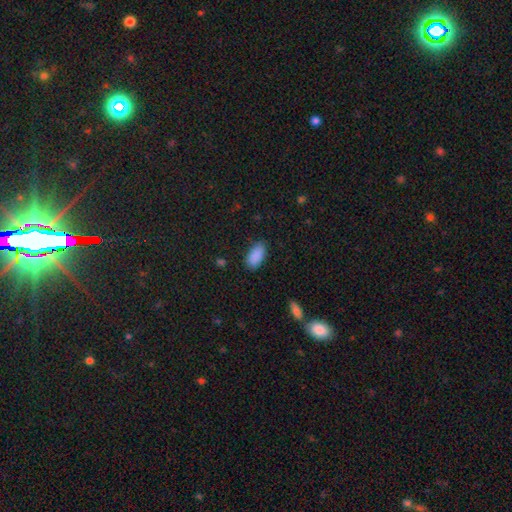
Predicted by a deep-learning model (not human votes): Morphology: type=smooth (89%); roundness=in between (92%); merging=none (82%).